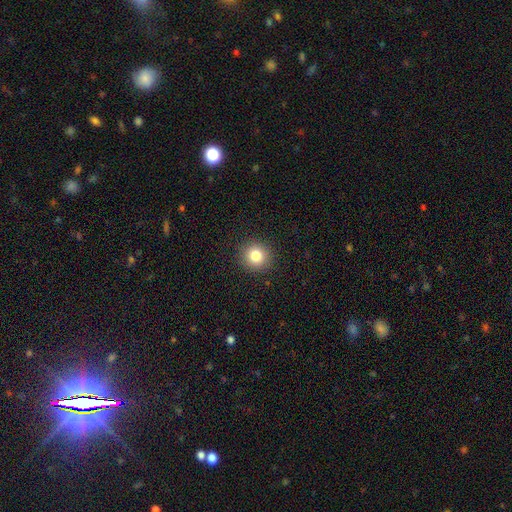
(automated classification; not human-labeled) This appears to be a smooth galaxy with no disk features (82%) that is round (91%). Merging: none (91%).